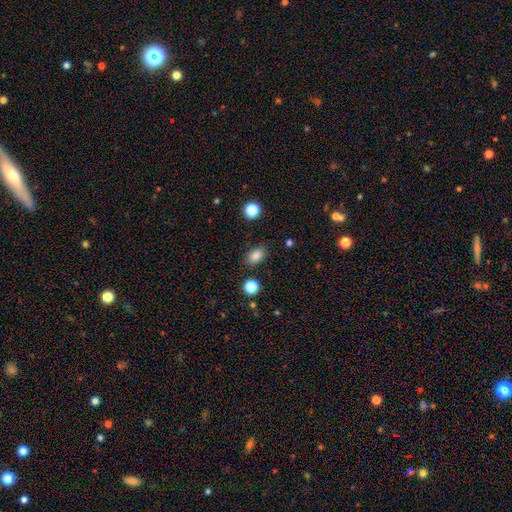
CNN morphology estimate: Q: Smooth or featured?
A: smooth (85%); runner-up: star or artifact (11%)
Q: How rounded?
A: in between (83%); runner-up: round (15%)
Q: Merging?
A: none (85%); runner-up: minor disturbance (10%)